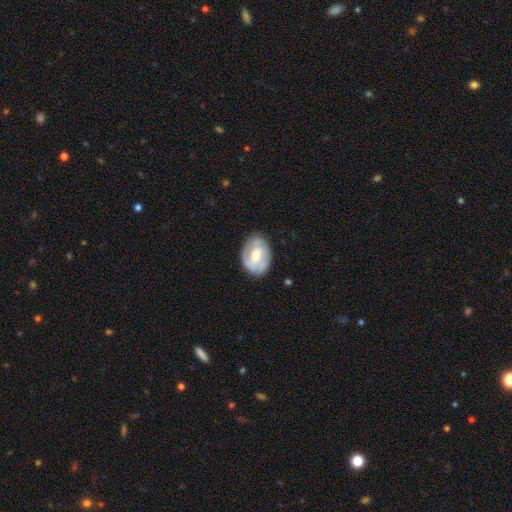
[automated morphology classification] smooth-or-featured: featured or disk: 65% | smooth: 29% | star or artifact: 6%
  disk-edge-on: no: 96% | yes: 4%
    bar: weak: 43% | no: 42% | strong: 15%
    has-spiral-arms: yes: 79% | no: 21%
    bulge-size: moderate: 60% | small: 35% | large: 3% | none: 1% | dominant: 1%
  merging: none: 77% | minor disturbance: 17% | major disturbance: 5% | merger: 1%